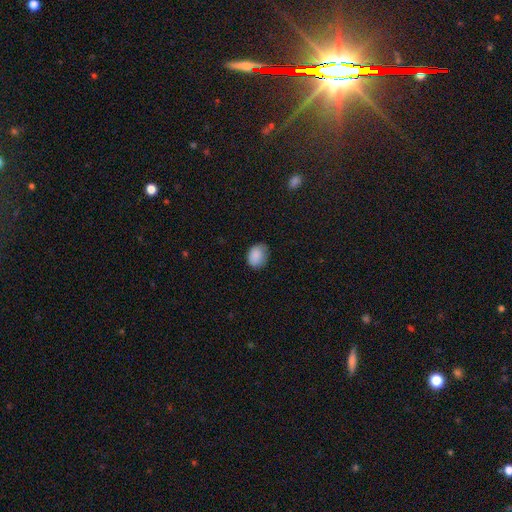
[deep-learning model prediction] smooth_or_featured: smooth (p=0.88) [alt: star or artifact p=0.08]
how_rounded: in between (p=0.59) [alt: round p=0.40]
merging: none (p=0.70) [alt: minor disturbance p=0.24]